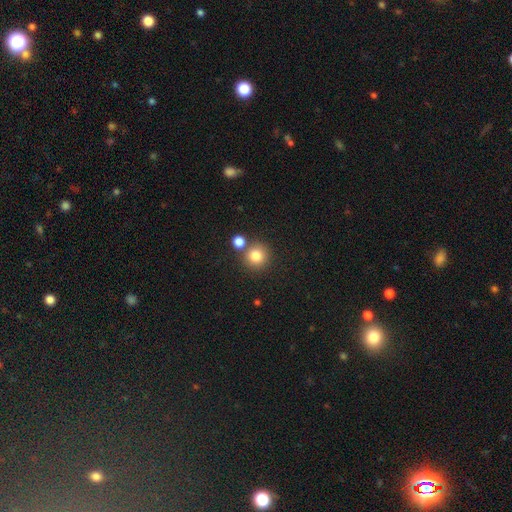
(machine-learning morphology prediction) type=smooth (82%); roundness=round (92%); merging=none (72%).